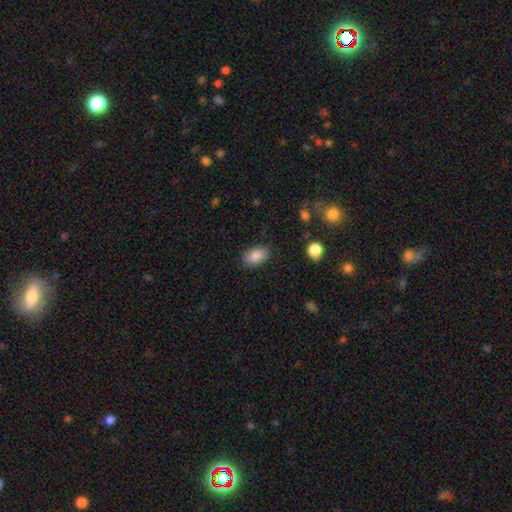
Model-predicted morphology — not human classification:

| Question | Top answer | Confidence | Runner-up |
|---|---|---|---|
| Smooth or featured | smooth | 87% | star or artifact (7%) |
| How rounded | in between | 91% | round (7%) |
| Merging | none | 86% | minor disturbance (10%) |